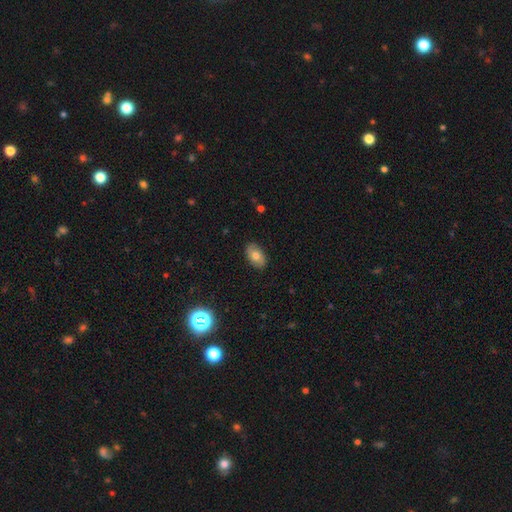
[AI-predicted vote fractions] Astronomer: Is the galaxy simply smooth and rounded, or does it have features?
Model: smooth — 75%.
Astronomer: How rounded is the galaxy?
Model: in between — 91%.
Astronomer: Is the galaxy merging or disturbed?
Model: none — 87%.